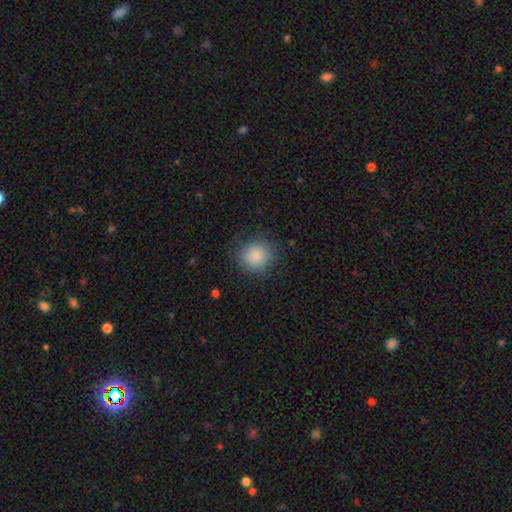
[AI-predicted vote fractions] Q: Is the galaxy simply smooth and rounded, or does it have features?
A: smooth — 86%.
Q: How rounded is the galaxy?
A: round — 89%.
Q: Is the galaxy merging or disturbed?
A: none — 83%.